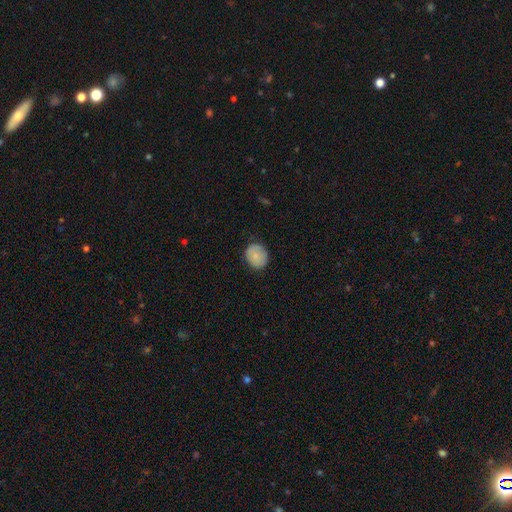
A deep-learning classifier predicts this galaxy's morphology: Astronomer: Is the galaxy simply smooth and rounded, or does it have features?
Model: smooth — 80%.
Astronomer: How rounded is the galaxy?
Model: round — 63%.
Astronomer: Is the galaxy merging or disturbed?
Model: none — 79%.